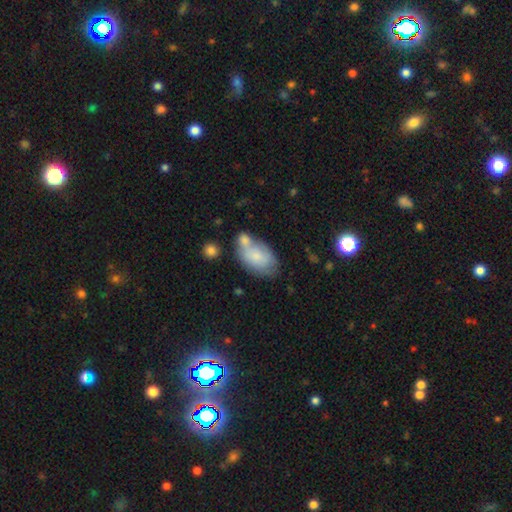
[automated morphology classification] This appears to be a smooth galaxy with no disk features (75%) that is in between round and cigar-shaped (91%). Merging: none (40%).